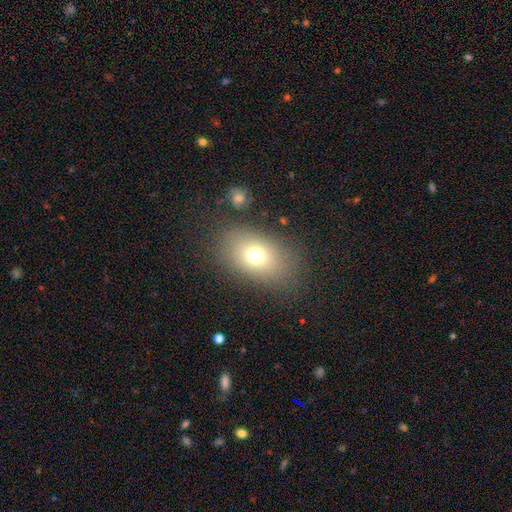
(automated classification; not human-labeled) The model was most divided on "smooth or featured": smooth: 71%, featured or disk: 15%, star or artifact: 14%. More confident: merging — none (80%); how rounded — in between (79%).